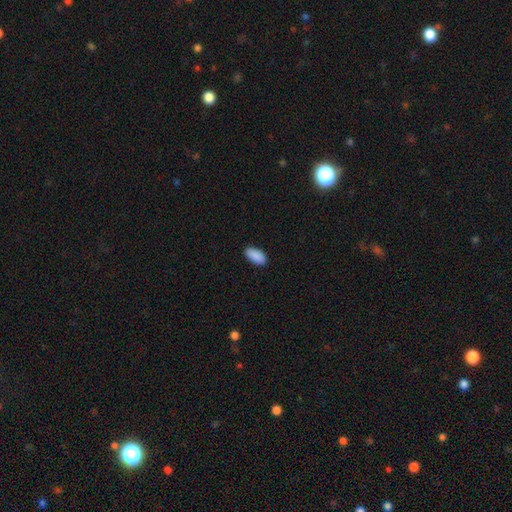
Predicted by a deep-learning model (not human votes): Q: Smooth or featured?
A: smooth (91%); runner-up: star or artifact (6%)
Q: How rounded?
A: in between (93%); runner-up: cigar-shaped (5%)
Q: Merging?
A: none (90%); runner-up: minor disturbance (7%)